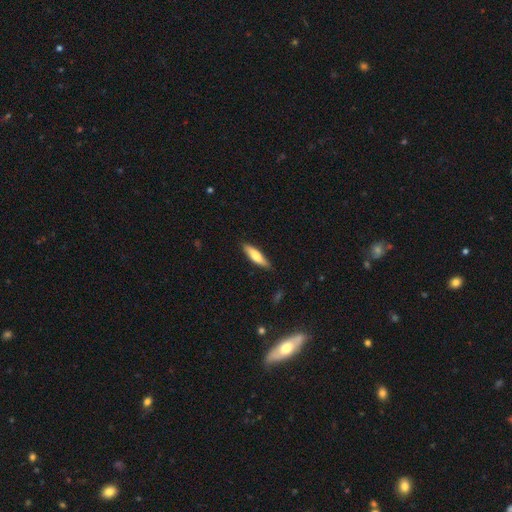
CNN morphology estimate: Smooth or featured: smooth — 72% (featured or disk — 22%)
How rounded: cigar-shaped — 68% (in between — 31%)
Merging: none — 86% (minor disturbance — 11%)